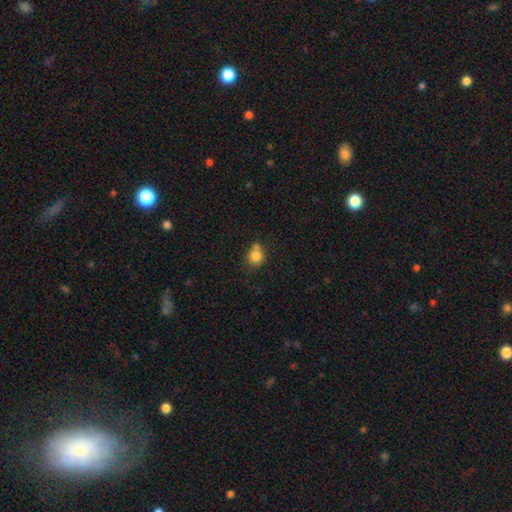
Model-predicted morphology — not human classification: Smooth or featured? Predicted: smooth (p=0.81). How rounded? Predicted: round (p=0.75). Merging? Predicted: none (p=0.51).